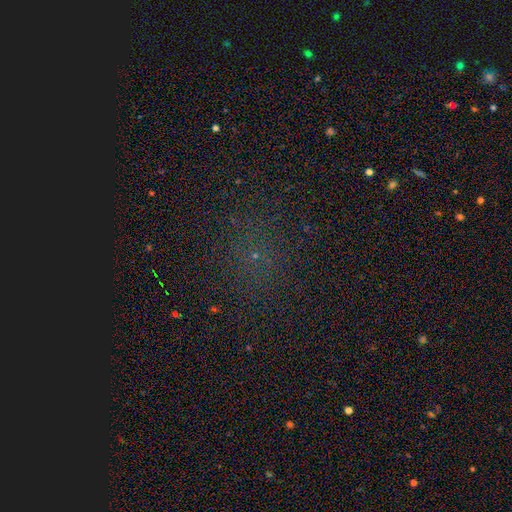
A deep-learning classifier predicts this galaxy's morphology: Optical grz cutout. It shows a star or artifact, not a galaxy (56%).